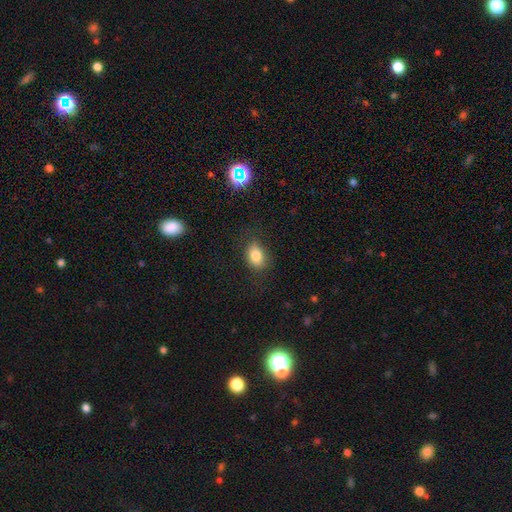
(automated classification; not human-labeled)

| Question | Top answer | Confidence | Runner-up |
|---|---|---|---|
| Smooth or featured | smooth | 82% | star or artifact (10%) |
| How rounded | in between | 79% | round (19%) |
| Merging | none | 76% | minor disturbance (17%) |